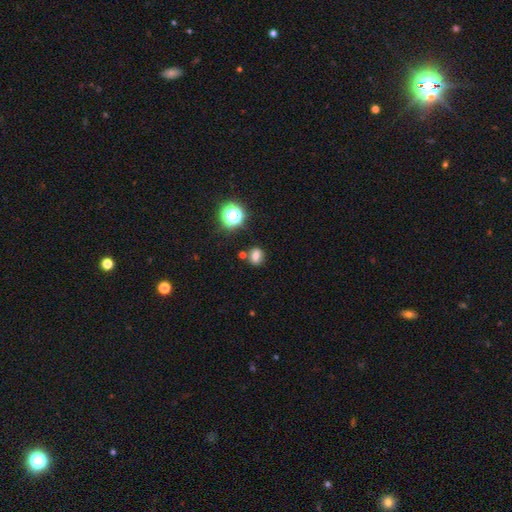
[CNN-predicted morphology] Smooth or featured?
  - smooth: 73% *
  - star or artifact: 17%
  - featured or disk: 10%
How rounded?
  - round: 50% *
  - in between: 49%
  - cigar-shaped: 2%
Merging?
  - none: 73% *
  - minor disturbance: 13%
  - merger: 10%
  - major disturbance: 4%